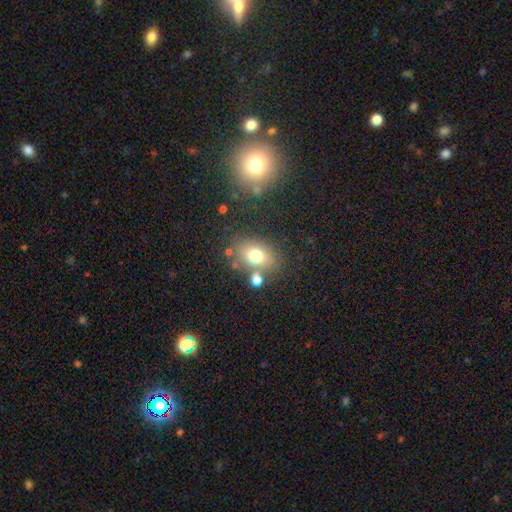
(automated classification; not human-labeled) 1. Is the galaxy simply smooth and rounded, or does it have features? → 71% smooth, 17% featured or disk, 12% star or artifact.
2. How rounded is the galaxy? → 70% in between, 29% round, 1% cigar-shaped.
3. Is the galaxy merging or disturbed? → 67% none, 14% minor disturbance, 13% merger, 6% major disturbance.